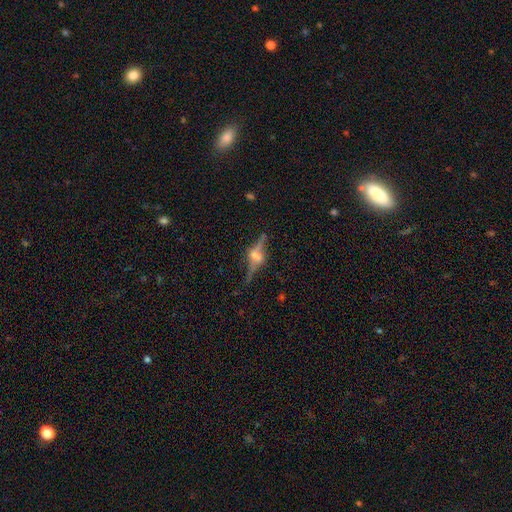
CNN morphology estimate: Smooth or featured? Predicted: featured or disk (p=0.79). Edge-on disk? Predicted: yes (p=0.94). Edge-on bulge? Predicted: rounded (p=0.90). Merging? Predicted: none (p=0.79).